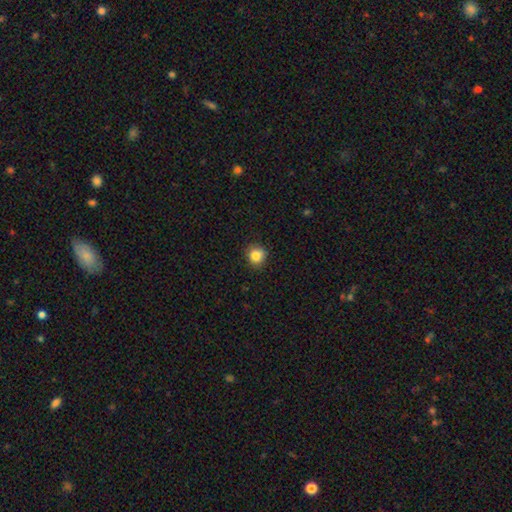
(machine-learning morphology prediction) Smooth or featured? Predicted: smooth (p=0.84). How rounded? Predicted: round (p=0.88). Merging? Predicted: none (p=0.86).